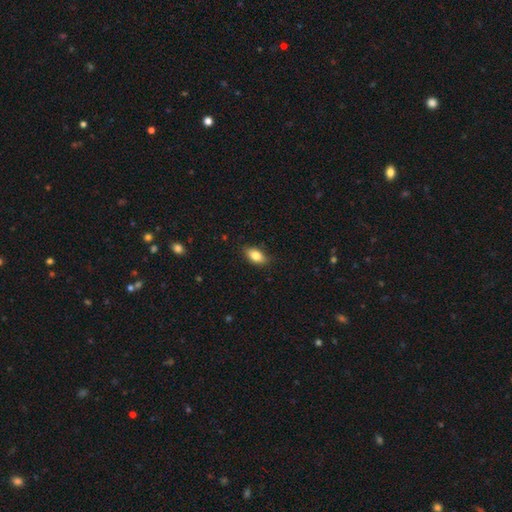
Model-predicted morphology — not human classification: This is clearly a smooth galaxy (83%). How rounded: clearly in between (90%). Merging: clearly none (85%).